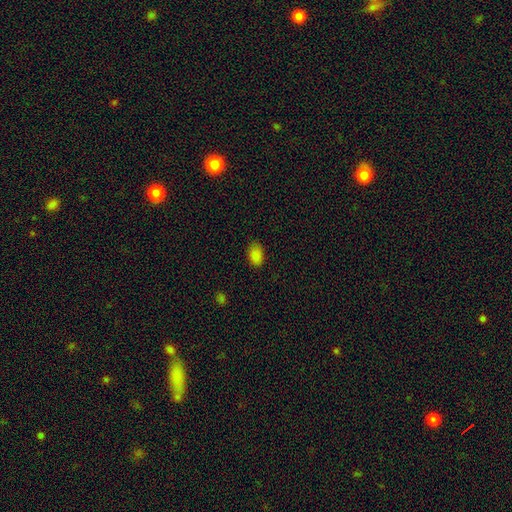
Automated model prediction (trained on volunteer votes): Smooth or featured? smooth (84%)
How rounded? in between (89%)
Merging? none (81%)